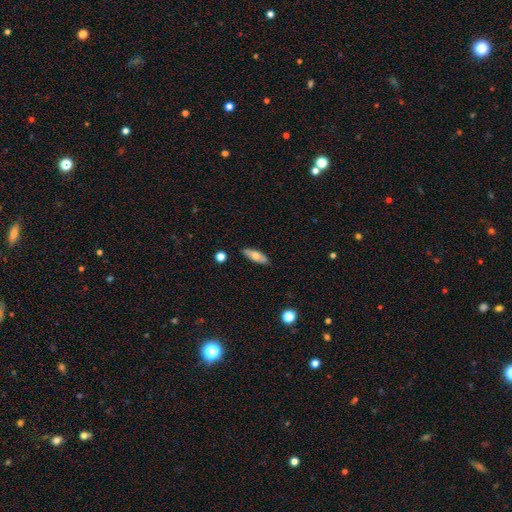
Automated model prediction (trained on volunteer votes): Smooth or featured? smooth (64%)
How rounded? in between (63%)
Merging? none (86%)